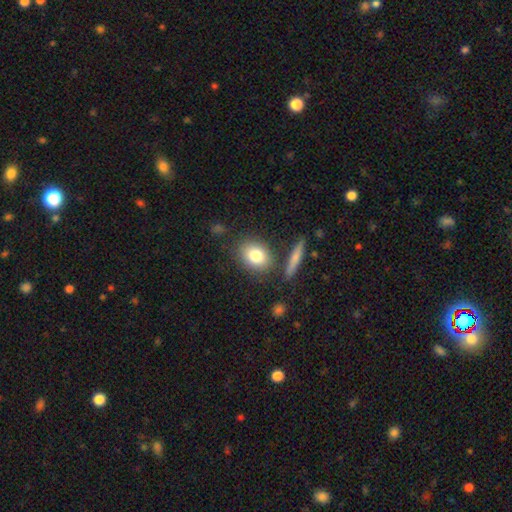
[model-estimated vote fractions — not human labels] This is likely a smooth galaxy (80%). How rounded: possibly in between (49%). Merging: likely none (76%).